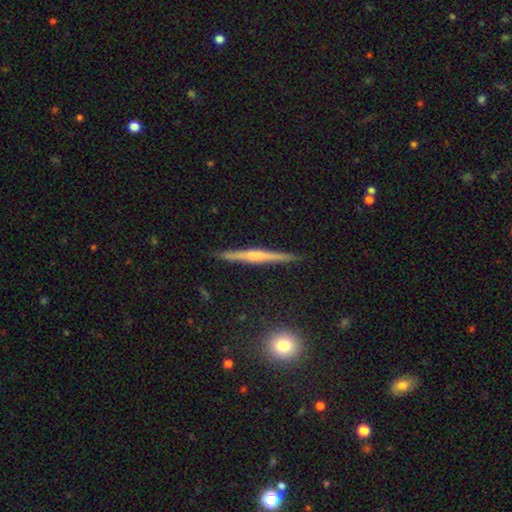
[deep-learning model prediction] smooth-or-featured: featured or disk: 70% | smooth: 24% | star or artifact: 6%
  disk-edge-on: yes: 98% | no: 2%
    edge-on-bulge: rounded: 57% | none: 29% | boxy: 14%
  merging: none: 90% | minor disturbance: 7% | major disturbance: 1% | merger: 1%